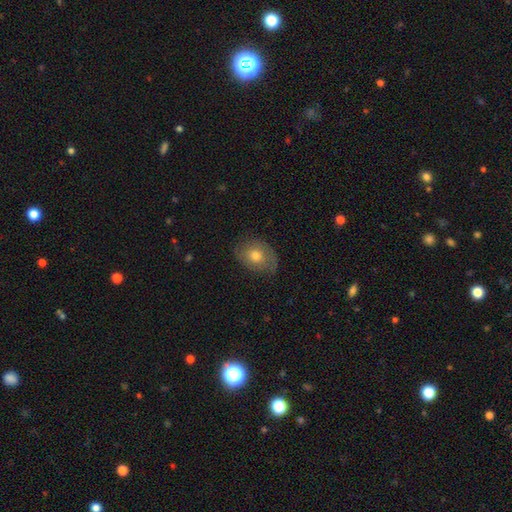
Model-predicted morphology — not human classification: A smooth galaxy with no disk features (64%) that is in between round and cigar-shaped (67%).

Vote fractions:
- Smooth or featured? smooth: 64% / featured or disk: 28% / star or artifact: 9%
- How rounded? in between: 67% / round: 32% / cigar-shaped: 1%
- Merging? none: 70% / minor disturbance: 23% / major disturbance: 6% / merger: 1%